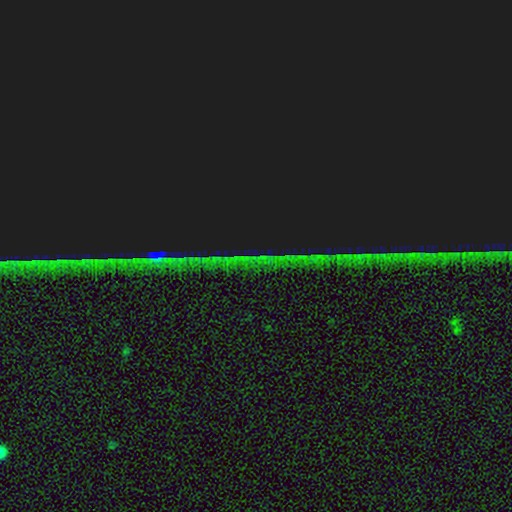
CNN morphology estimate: Smooth or featured?
  - star or artifact: 86% *
  - smooth: 7%
  - featured or disk: 7%